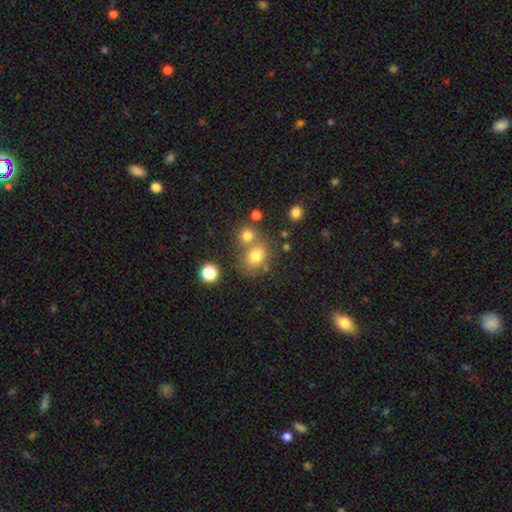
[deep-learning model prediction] Q: Smooth or featured?
A: smooth (76%); runner-up: star or artifact (15%)
Q: How rounded?
A: round (59%); runner-up: in between (40%)
Q: Merging?
A: none (55%); runner-up: merger (29%)